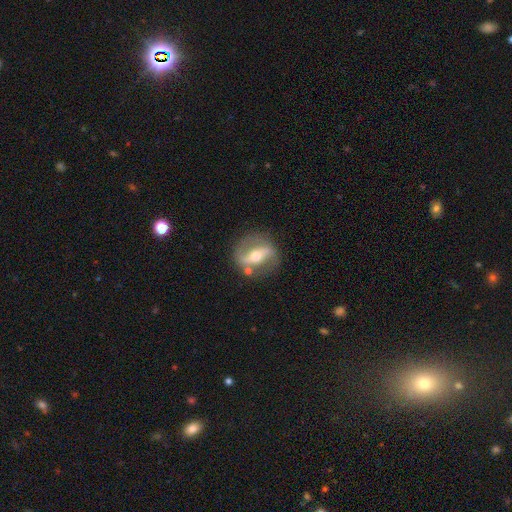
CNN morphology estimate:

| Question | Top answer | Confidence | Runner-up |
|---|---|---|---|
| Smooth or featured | featured or disk | 78% | smooth (16%) |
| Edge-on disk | no | 87% | yes (13%) |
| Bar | strong | 65% | weak (21%) |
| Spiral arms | yes | 69% | no (31%) |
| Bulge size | moderate | 65% | small (29%) |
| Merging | none | 79% | minor disturbance (12%) |